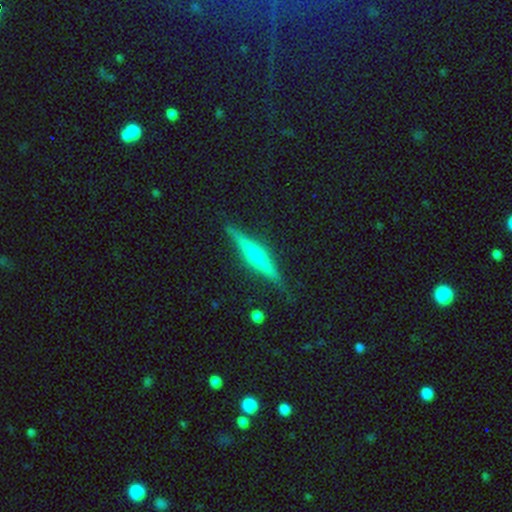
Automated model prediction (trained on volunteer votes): This appears to be a featured or disk galaxy (69%) viewed edge-on (97%) with a rounded central bulge (79%). Merging: none (88%).